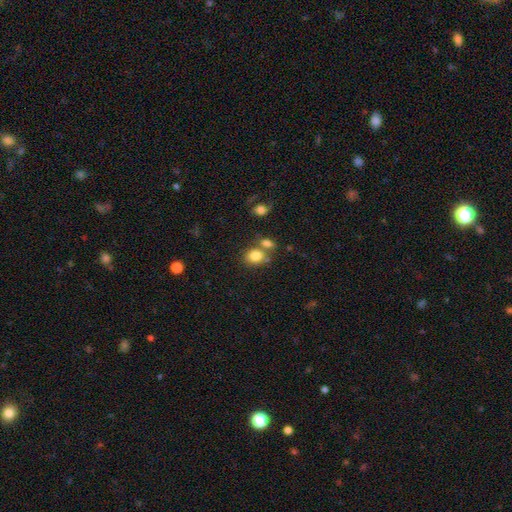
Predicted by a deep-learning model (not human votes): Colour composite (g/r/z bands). It shows a smooth galaxy with no disk features (81%) that is round (52%). Merging: none (54%).